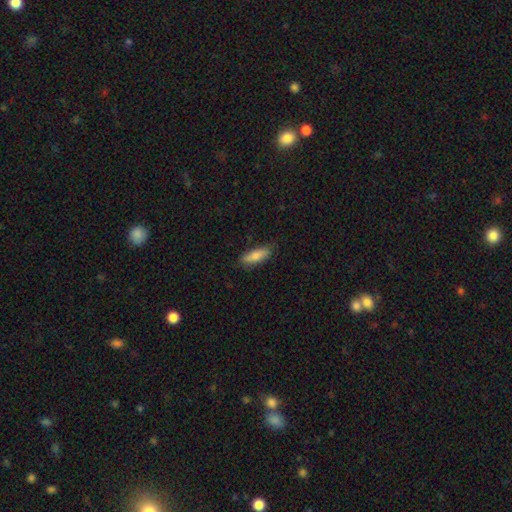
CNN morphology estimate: type=smooth (75%); roundness=in between (57%); merging=none (79%).